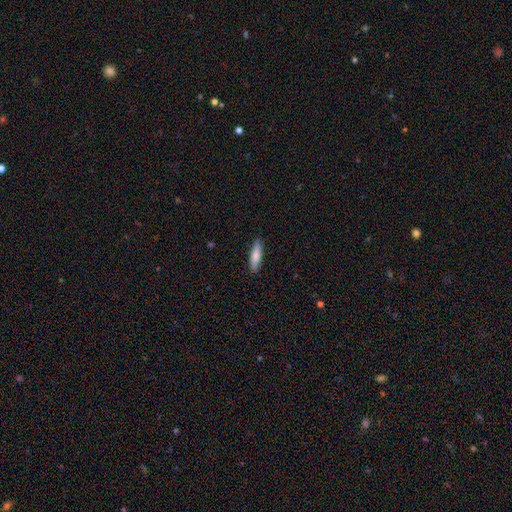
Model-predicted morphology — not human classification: Q: Smooth or featured?
A: smooth (80%); runner-up: featured or disk (14%)
Q: How rounded?
A: cigar-shaped (65%); runner-up: in between (33%)
Q: Merging?
A: none (89%); runner-up: minor disturbance (8%)